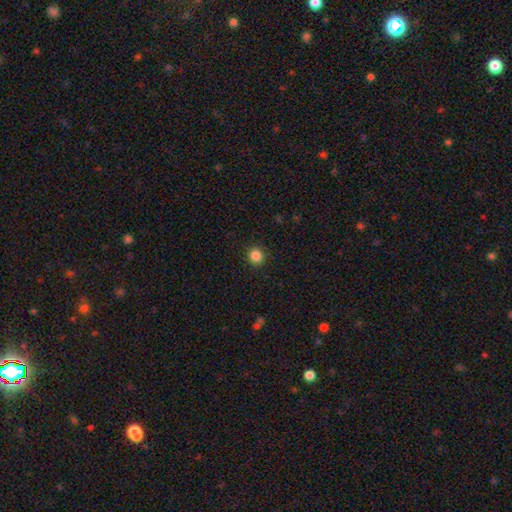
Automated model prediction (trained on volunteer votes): smooth-or-featured: smooth: 86% | star or artifact: 11% | featured or disk: 3%
  how-rounded: round: 89% | in between: 10% | cigar-shaped: 1%
  merging: none: 91% | minor disturbance: 6% | major disturbance: 2% | merger: 1%